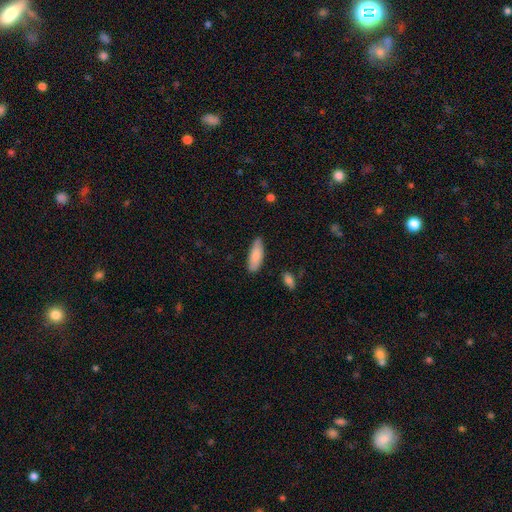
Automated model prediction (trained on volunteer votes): The model was most divided on "how rounded": in between: 67%, cigar-shaped: 31%, round: 2%. More confident: smooth or featured — smooth (84%); merging — none (78%).